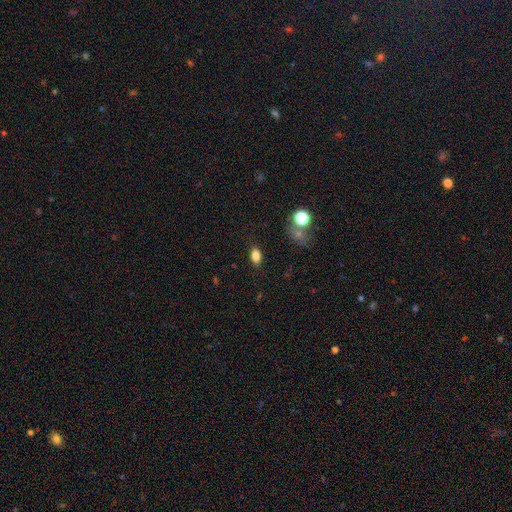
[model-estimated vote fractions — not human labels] A smooth galaxy with no disk features (82%) that is in between round and cigar-shaped (85%). Merging: none (85%).